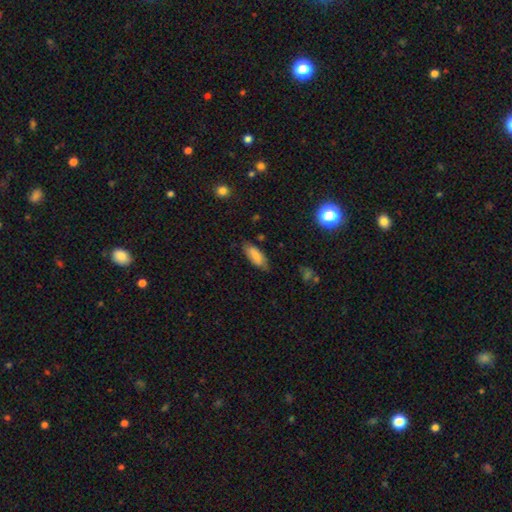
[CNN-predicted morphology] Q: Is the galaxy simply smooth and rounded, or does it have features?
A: smooth — 80%.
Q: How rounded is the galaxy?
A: in between — 76%.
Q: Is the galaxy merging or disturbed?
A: none — 76%.